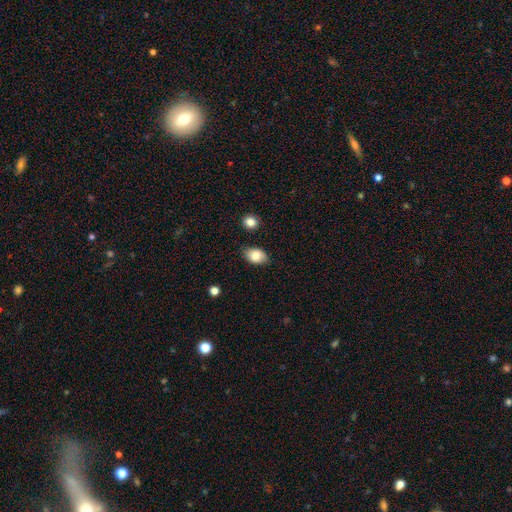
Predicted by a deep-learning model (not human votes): Overall: smooth (84%). How rounded: in between (82%). Merging: none (82%).